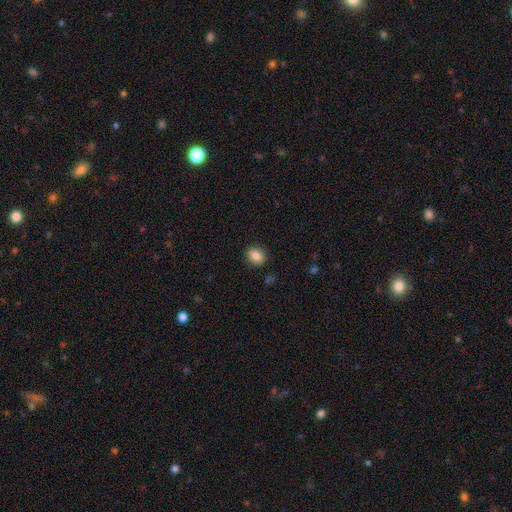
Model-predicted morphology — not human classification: type=smooth (85%); roundness=in between (55%); merging=none (88%).